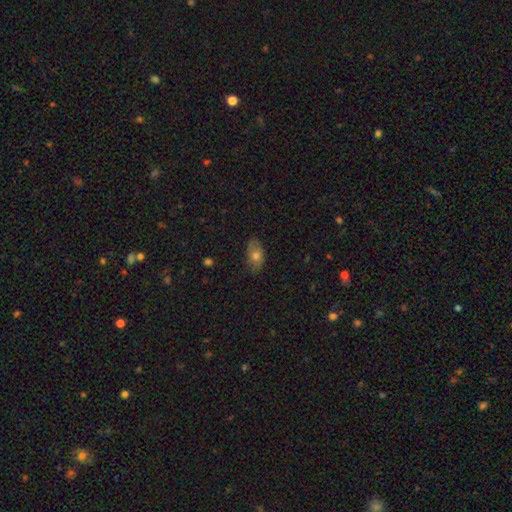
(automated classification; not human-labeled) Smooth or featured? smooth (66%)
How rounded? in between (87%)
Merging? none (76%)